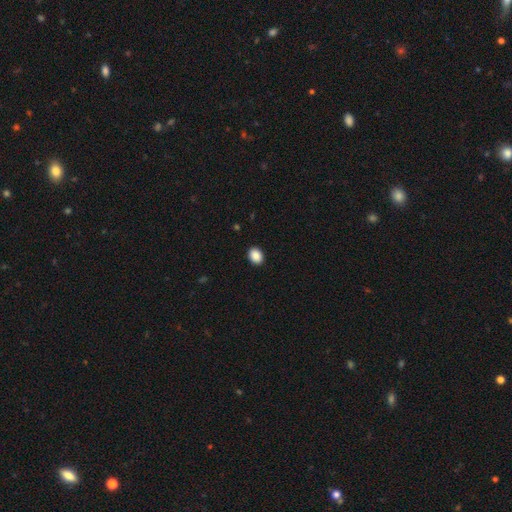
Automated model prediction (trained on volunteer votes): This appears to be a smooth galaxy with no disk features (89%) that is in between round and cigar-shaped (66%). Merging: none (91%).